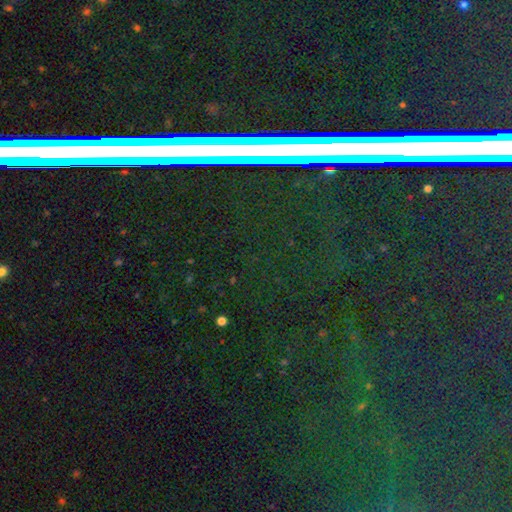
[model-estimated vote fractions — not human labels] Smooth or featured? star or artifact (76%)